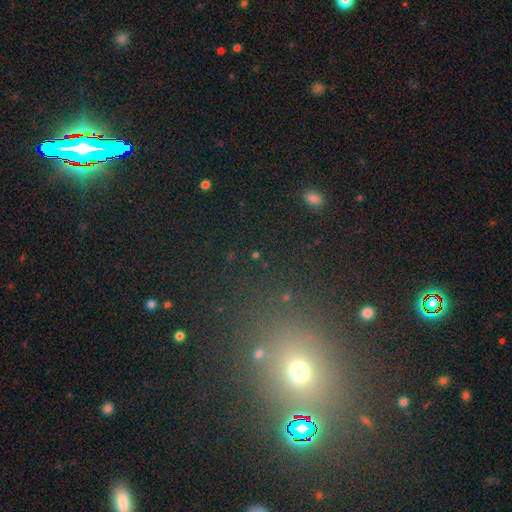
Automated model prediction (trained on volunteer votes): smooth-or-featured: star or artifact: 50% | smooth: 38% | featured or disk: 12%